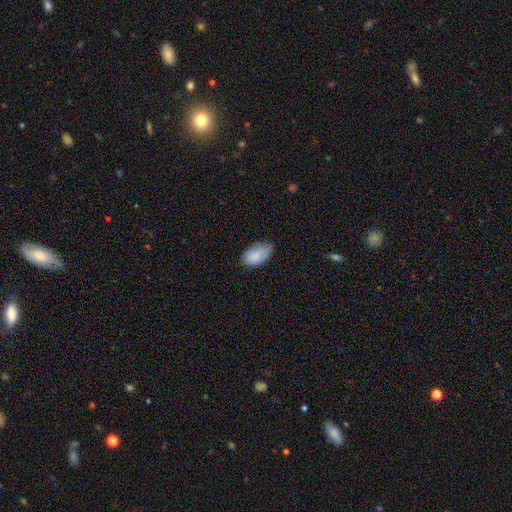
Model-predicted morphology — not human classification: A smooth galaxy with no disk features (83%) that is in between round and cigar-shaped (94%). Merging: none (63%).